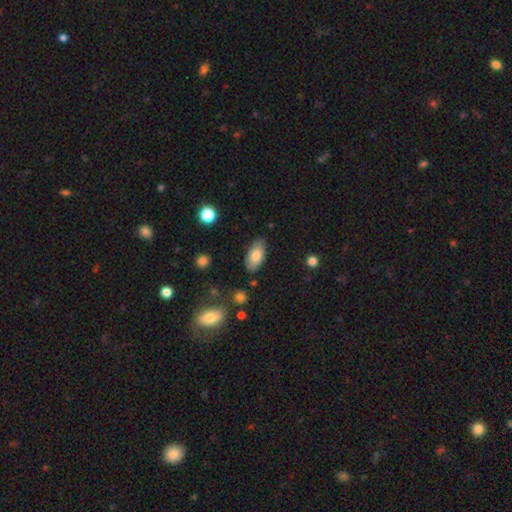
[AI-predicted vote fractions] This appears to be a smooth galaxy with no disk features (79%) that is in between round and cigar-shaped (92%). Merging: none (81%).